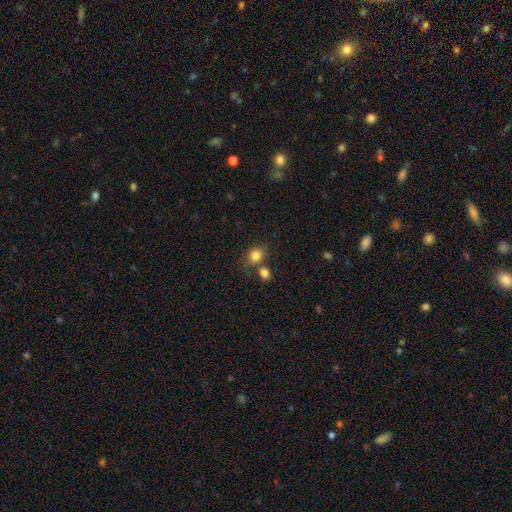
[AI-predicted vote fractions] A smooth galaxy with no disk features (82%) that is round (71%). Merging: none (58%).